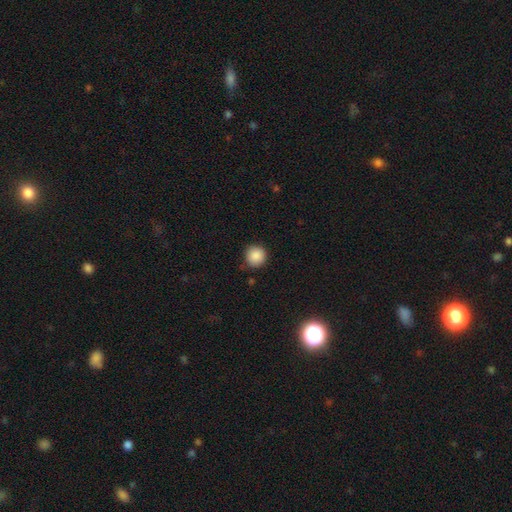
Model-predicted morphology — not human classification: Smooth or featured? Predicted: smooth (p=0.88). How rounded? Predicted: round (p=0.94). Merging? Predicted: none (p=0.85).